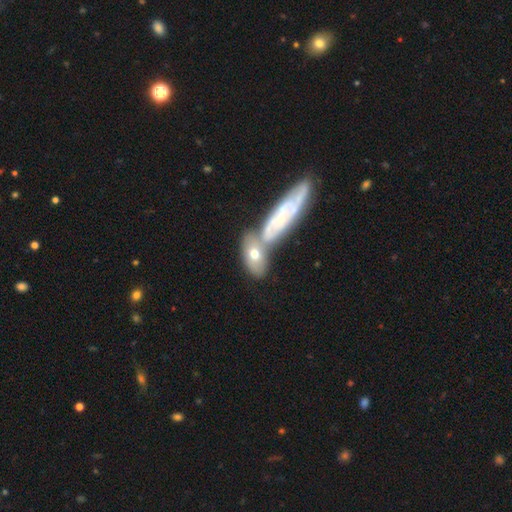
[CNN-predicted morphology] Smooth or featured? smooth (48%)
Merging? merger (41%, tied with none)